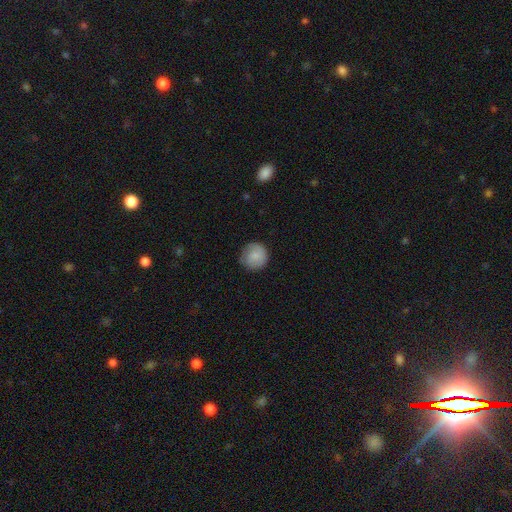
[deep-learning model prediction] smooth-or-featured: smooth: 78% | featured or disk: 15% | star or artifact: 7%
  how-rounded: round: 93% | in between: 6% | cigar-shaped: 1%
  merging: none: 81% | minor disturbance: 15% | major disturbance: 4% | merger: 1%